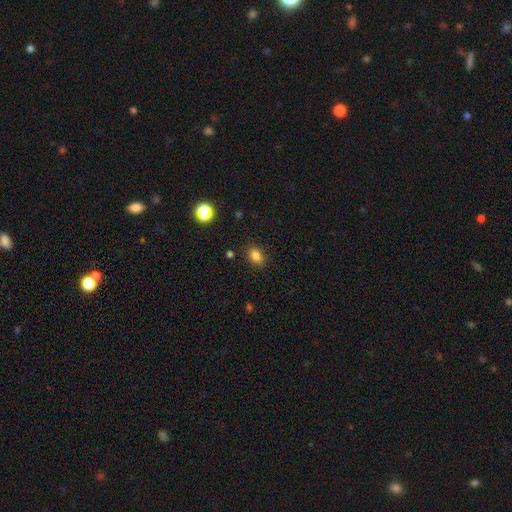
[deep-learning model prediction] smooth 83%, star or artifact 12%, featured or disk 5%. Down the decision tree: how rounded — in between (72%); merging — none (86%).